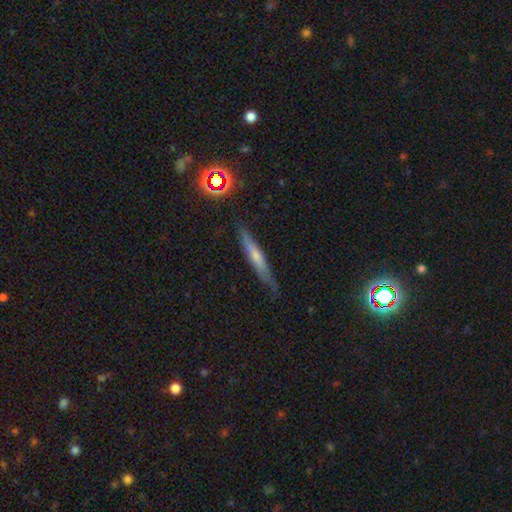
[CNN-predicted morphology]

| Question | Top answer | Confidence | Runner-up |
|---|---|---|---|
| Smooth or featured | smooth | 46% | featured or disk (44%) |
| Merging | none | 77% | minor disturbance (18%) |